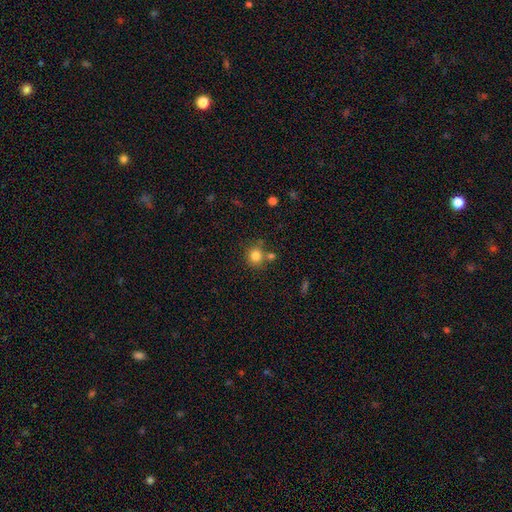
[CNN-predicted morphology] Smooth or featured: smooth — 82% (star or artifact — 11%)
How rounded: round — 85% (in between — 14%)
Merging: none — 69% (merger — 17%)